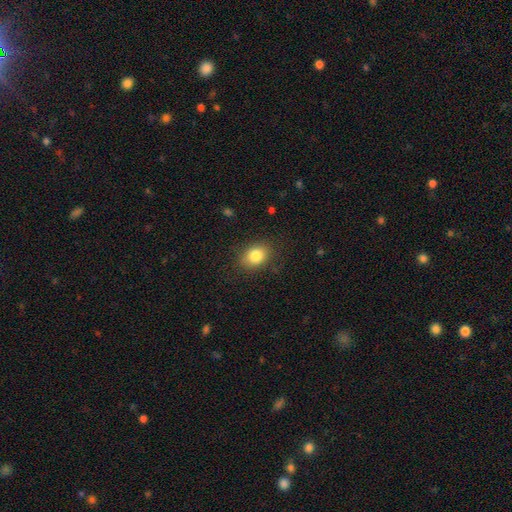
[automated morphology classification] A smooth galaxy with no disk features (83%) that is in between round and cigar-shaped (60%).

Vote fractions:
- Smooth or featured? smooth: 83% / star or artifact: 9% / featured or disk: 8%
- How rounded? in between: 60% / round: 39% / cigar-shaped: 1%
- Merging? none: 84% / minor disturbance: 12% / major disturbance: 4% / merger: 1%